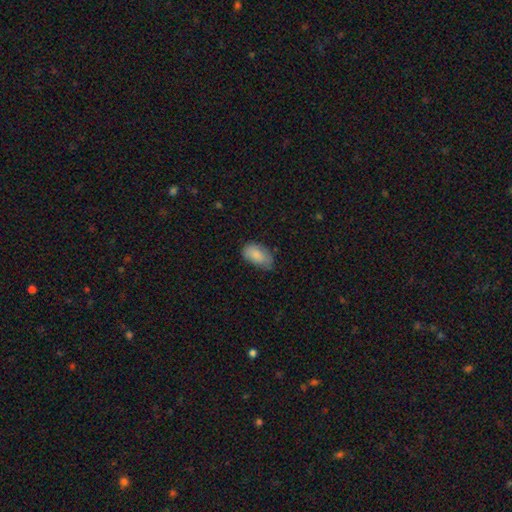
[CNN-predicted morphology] type=smooth (82%); roundness=in between (93%); merging=none (68%).